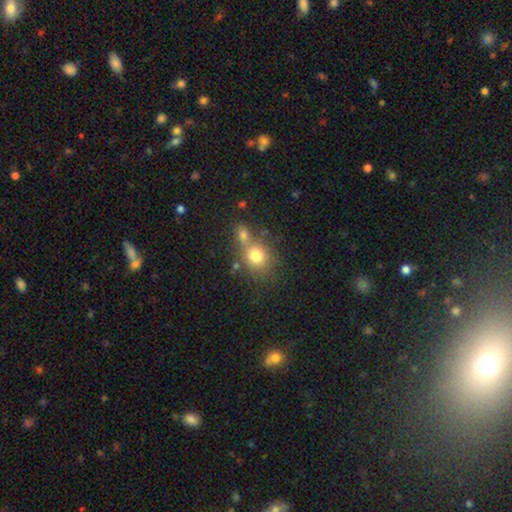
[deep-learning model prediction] Smooth or featured: smooth — 76% (star or artifact — 12%)
How rounded: round — 73% (in between — 26%)
Merging: none — 45% (merger — 39%)